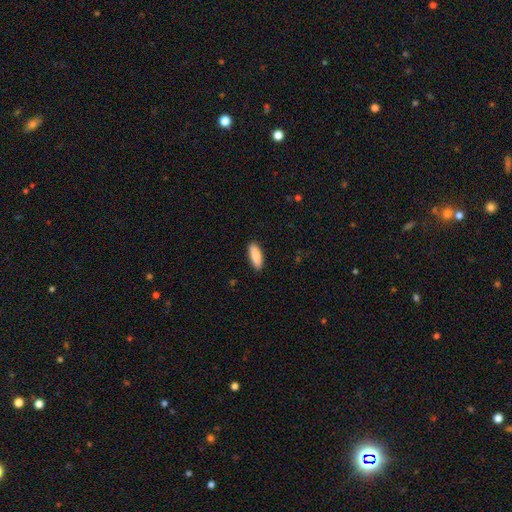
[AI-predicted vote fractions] Morphology: type=smooth (88%); roundness=in between (64%); merging=none (89%).